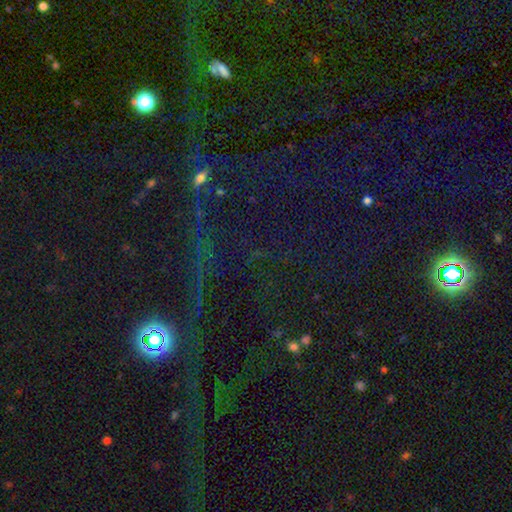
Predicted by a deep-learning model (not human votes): The model was most divided on "smooth or featured": star or artifact: 78%, smooth: 12%, featured or disk: 10%.